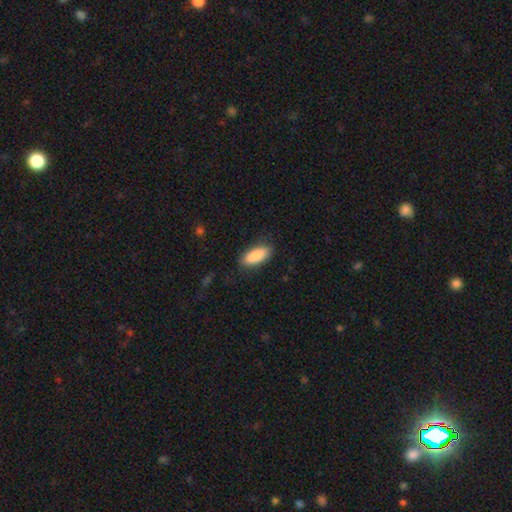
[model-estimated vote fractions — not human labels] Smooth or featured?
  - smooth: 89% *
  - star or artifact: 6%
  - featured or disk: 5%
How rounded?
  - in between: 79% *
  - cigar-shaped: 19%
  - round: 2%
Merging?
  - none: 85% *
  - minor disturbance: 11%
  - major disturbance: 3%
  - merger: 1%